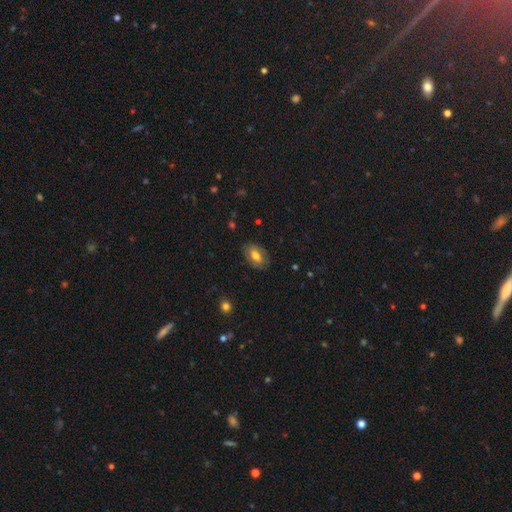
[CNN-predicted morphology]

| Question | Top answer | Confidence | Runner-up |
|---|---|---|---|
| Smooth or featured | smooth | 64% | featured or disk (28%) |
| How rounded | in between | 89% | round (9%) |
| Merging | none | 81% | minor disturbance (14%) |